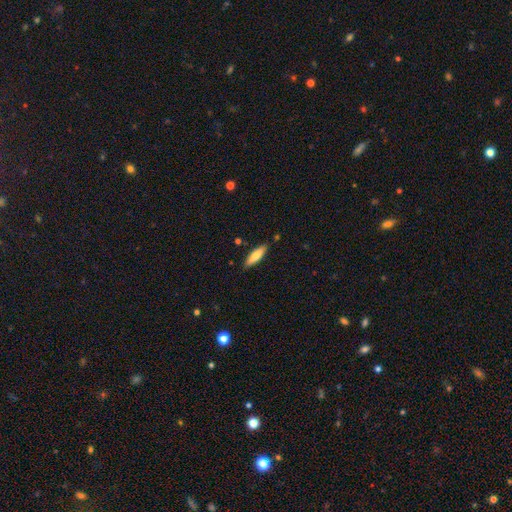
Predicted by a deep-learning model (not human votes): The model was most divided on "how rounded": cigar-shaped: 64%, in between: 35%, round: 2%. More confident: merging — none (85%); smooth or featured — smooth (71%).